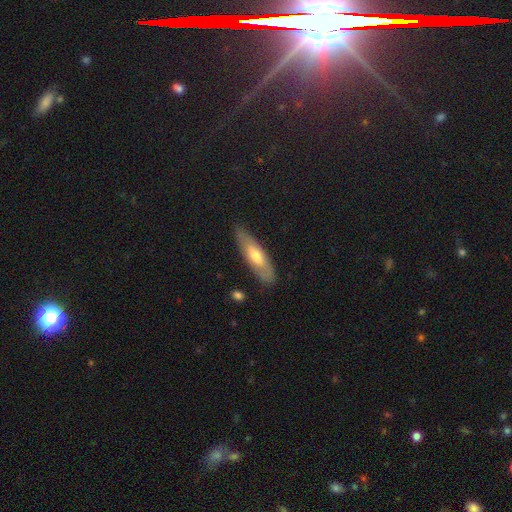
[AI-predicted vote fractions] Morphology: type=smooth (52%); roundness=cigar-shaped (53%); merging=none (81%).